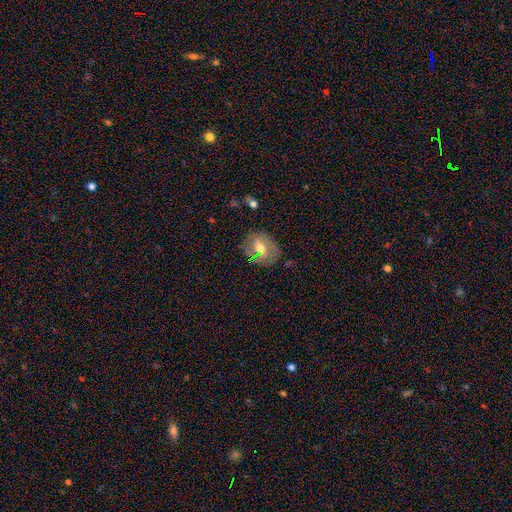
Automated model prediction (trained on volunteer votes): The model was most divided on "smooth or featured": smooth: 50%, featured or disk: 33%, star or artifact: 17%. More confident: merging — none (75%).